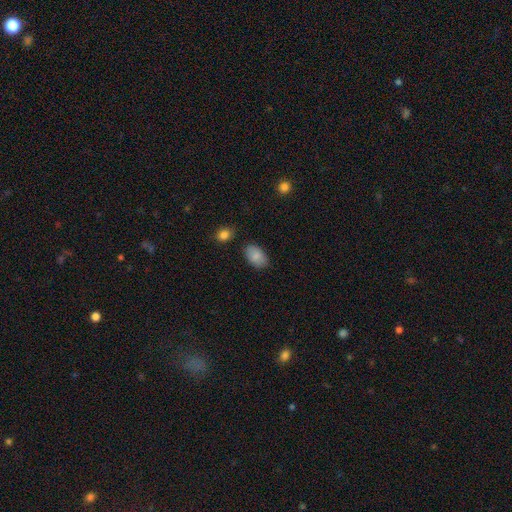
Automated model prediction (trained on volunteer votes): Smooth or featured? Predicted: smooth (p=0.86). How rounded? Predicted: in between (p=0.92). Merging? Predicted: none (p=0.82).